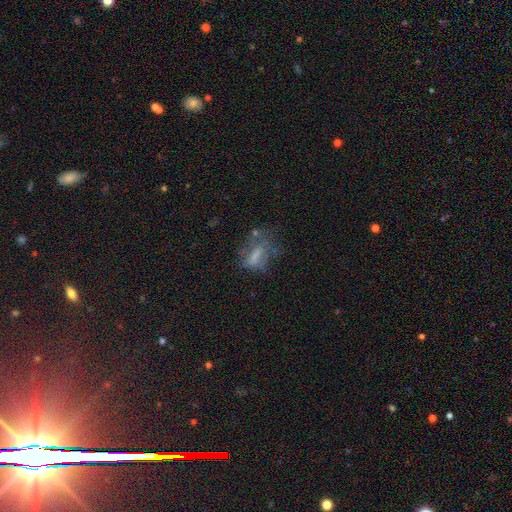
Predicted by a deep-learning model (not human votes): Q: Smooth or featured?
A: smooth (55%); runner-up: featured or disk (31%)
Q: How rounded?
A: in between (63%); runner-up: cigar-shaped (29%)
Q: Merging?
A: none (38%); runner-up: major disturbance (31%)